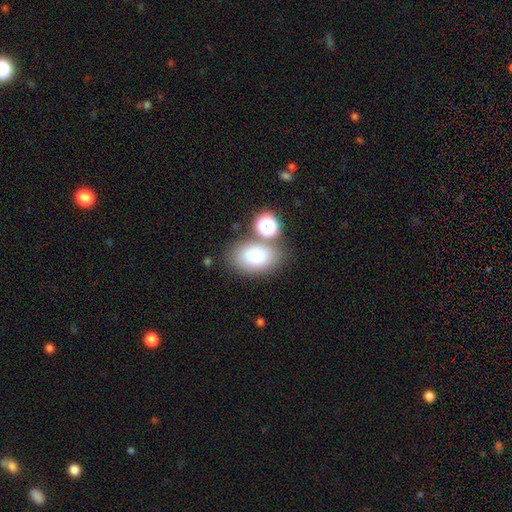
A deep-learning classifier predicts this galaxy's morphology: smooth-or-featured: smooth: 82% | star or artifact: 10% | featured or disk: 8%
  how-rounded: in between: 85% | round: 13% | cigar-shaped: 1%
  merging: none: 67% | merger: 14% | minor disturbance: 14% | major disturbance: 5%